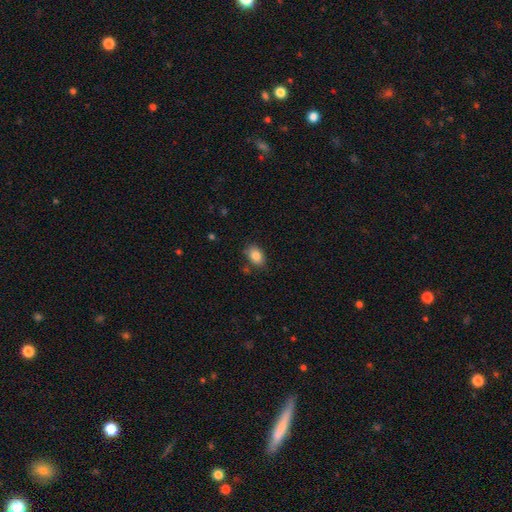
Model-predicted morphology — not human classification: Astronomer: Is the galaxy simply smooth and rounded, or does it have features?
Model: smooth — 85%.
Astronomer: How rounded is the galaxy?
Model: in between — 84%.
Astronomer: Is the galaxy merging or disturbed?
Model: none — 80%.